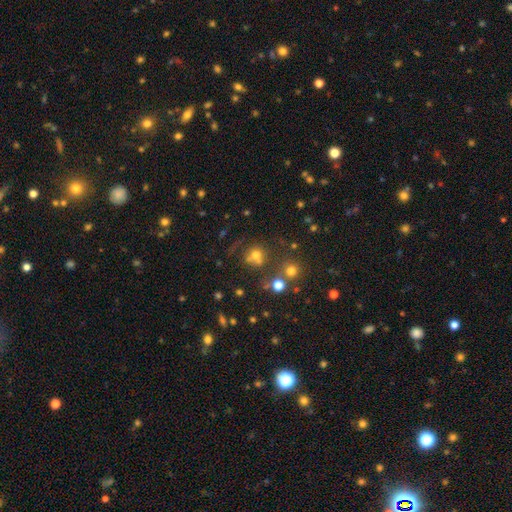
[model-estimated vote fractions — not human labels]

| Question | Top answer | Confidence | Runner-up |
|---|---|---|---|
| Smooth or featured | smooth | 66% | star or artifact (21%) |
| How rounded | round | 82% | in between (17%) |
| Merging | none | 53% | merger (26%) |